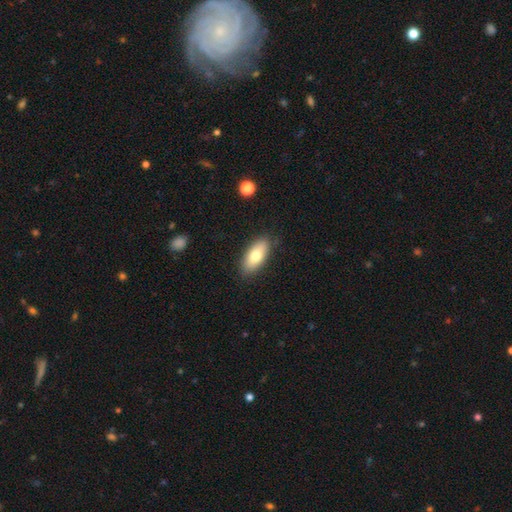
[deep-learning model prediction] Smooth or featured? Predicted: smooth (p=0.75). How rounded? Predicted: in between (p=0.86). Merging? Predicted: none (p=0.86).